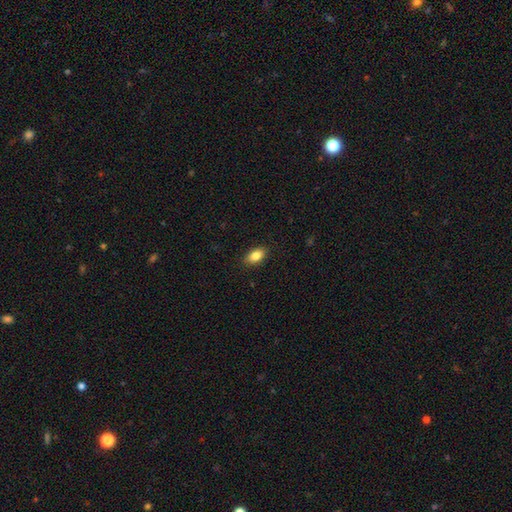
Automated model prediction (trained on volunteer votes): Morphology: type=smooth (85%); roundness=in between (90%); merging=none (88%).